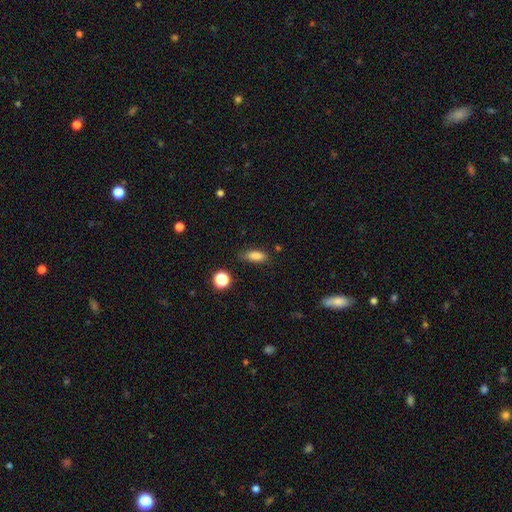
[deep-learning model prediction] smooth_or_featured: smooth (p=0.84) [alt: star or artifact p=0.10]
how_rounded: in between (p=0.74) [alt: cigar-shaped p=0.20]
merging: none (p=0.77) [alt: minor disturbance p=0.17]